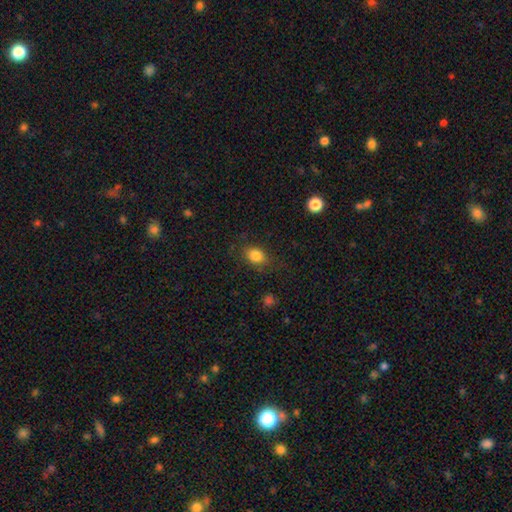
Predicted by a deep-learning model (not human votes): Smooth or featured? Predicted: smooth (p=0.84). How rounded? Predicted: in between (p=0.69). Merging? Predicted: none (p=0.78).